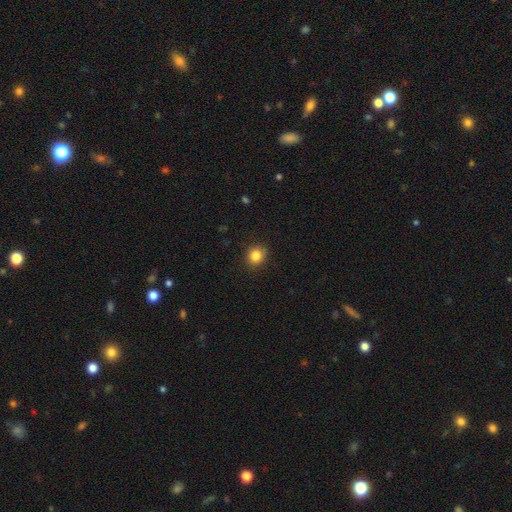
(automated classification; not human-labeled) Smooth or featured: smooth — 85% (star or artifact — 11%)
How rounded: round — 83% (in between — 16%)
Merging: none — 89% (minor disturbance — 8%)